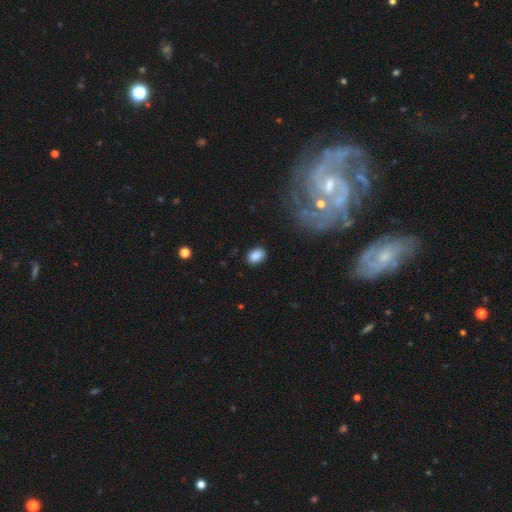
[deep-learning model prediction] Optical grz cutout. It shows a smooth galaxy with no disk features (87%) that is in between round and cigar-shaped (78%). Merging: none (85%).